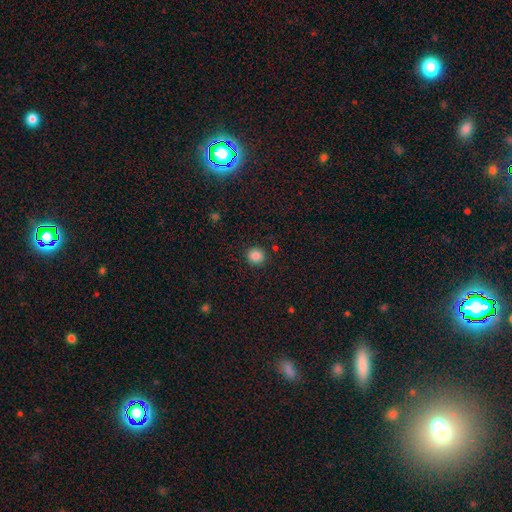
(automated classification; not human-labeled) smooth_or_featured: smooth (p=0.86) [alt: star or artifact p=0.10]
how_rounded: round (p=0.89) [alt: in between p=0.10]
merging: none (p=0.90) [alt: minor disturbance p=0.06]